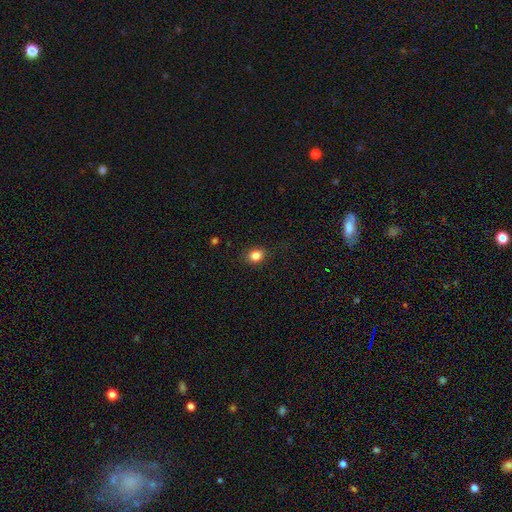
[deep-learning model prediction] Q: Smooth or featured?
A: smooth (84%); runner-up: star or artifact (11%)
Q: How rounded?
A: round (59%); runner-up: in between (40%)
Q: Merging?
A: none (87%); runner-up: minor disturbance (10%)